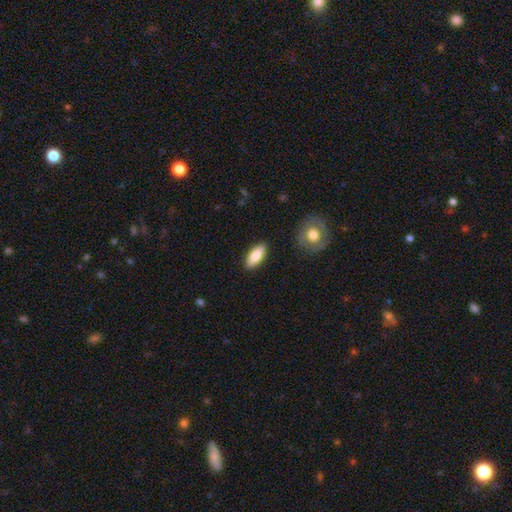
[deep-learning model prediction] A smooth galaxy with no disk features (82%) that is in between round and cigar-shaped (80%). Merging: none (88%).